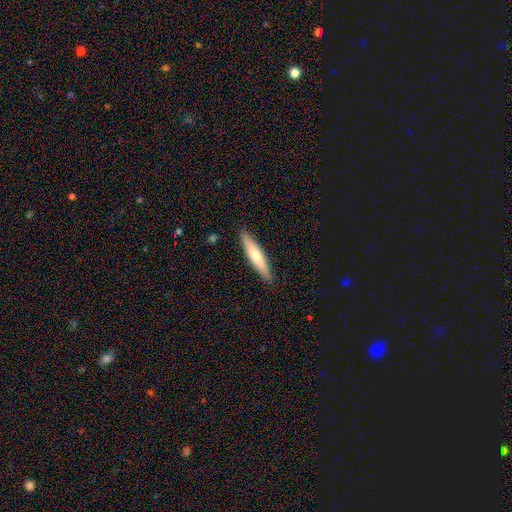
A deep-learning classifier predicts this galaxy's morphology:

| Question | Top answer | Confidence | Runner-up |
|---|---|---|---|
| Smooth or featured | smooth | 65% | featured or disk (30%) |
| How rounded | cigar-shaped | 86% | in between (13%) |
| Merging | none | 90% | minor disturbance (8%) |